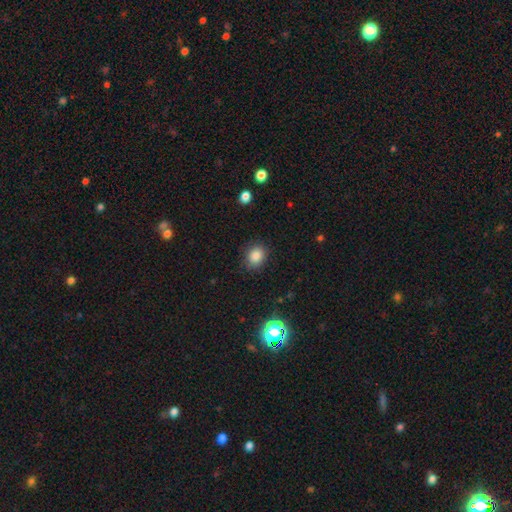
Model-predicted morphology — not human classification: The model was most divided on "how rounded": round: 62%, in between: 37%, cigar-shaped: 1%. More confident: smooth or featured — smooth (84%); merging — none (83%).